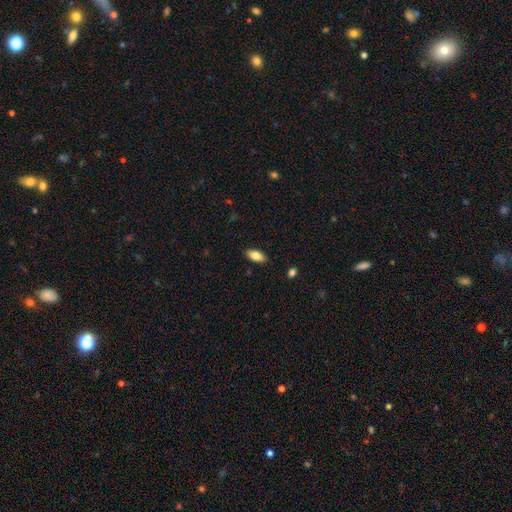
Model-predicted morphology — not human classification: A smooth galaxy with no disk features (83%) that is in between round and cigar-shaped (90%).

Vote fractions:
- Smooth or featured? smooth: 83% / featured or disk: 10% / star or artifact: 7%
- How rounded? in between: 90% / cigar-shaped: 8% / round: 2%
- Merging? none: 89% / minor disturbance: 8% / major disturbance: 2% / merger: 1%